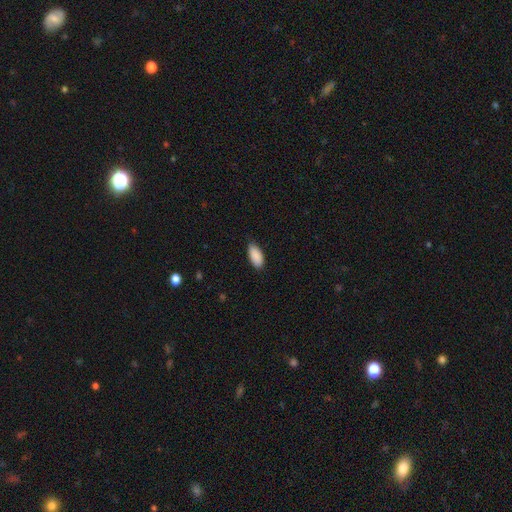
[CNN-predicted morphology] Smooth or featured? Predicted: smooth (p=0.90). How rounded? Predicted: in between (p=0.92). Merging? Predicted: none (p=0.80).